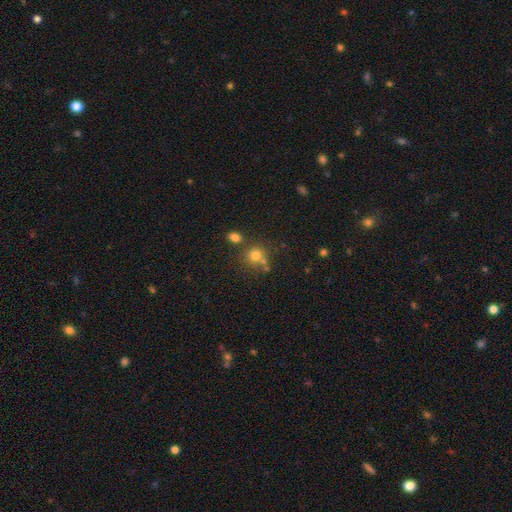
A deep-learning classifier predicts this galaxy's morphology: Smooth or featured?
  - smooth: 74% *
  - star or artifact: 15%
  - featured or disk: 11%
How rounded?
  - round: 85% *
  - in between: 14%
  - cigar-shaped: 1%
Merging?
  - none: 61% *
  - merger: 23%
  - minor disturbance: 11%
  - major disturbance: 5%